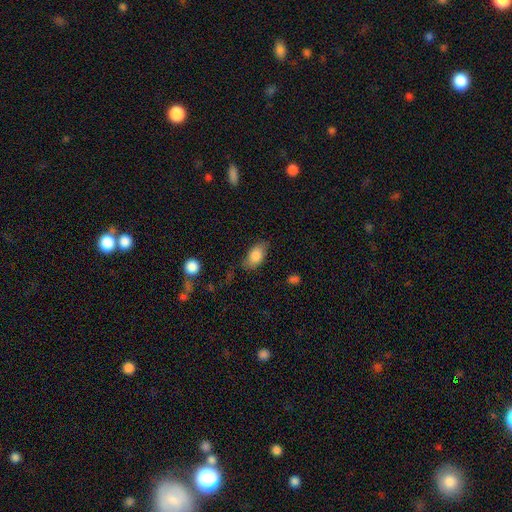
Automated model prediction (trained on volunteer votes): smooth-or-featured: smooth: 82% | featured or disk: 10% | star or artifact: 7%
  how-rounded: in between: 90% | round: 6% | cigar-shaped: 4%
  merging: none: 71% | minor disturbance: 21% | major disturbance: 6% | merger: 2%